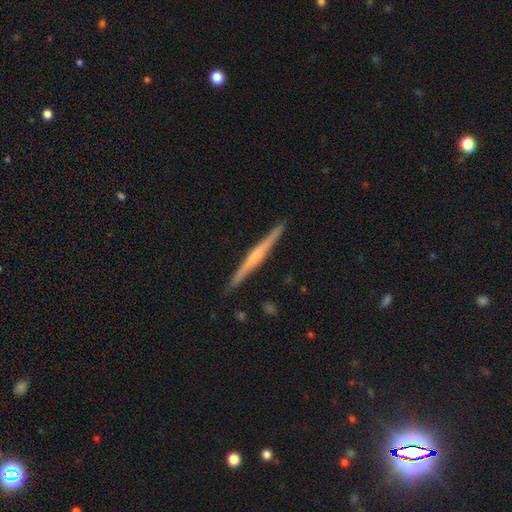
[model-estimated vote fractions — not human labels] Smooth or featured? featured or disk (66%)
Edge-on disk? yes (98%)
Edge-on bulge? rounded (45%, tied with none)
Merging? none (91%)